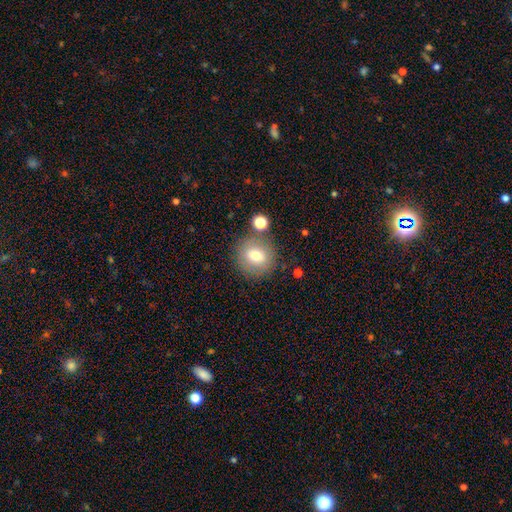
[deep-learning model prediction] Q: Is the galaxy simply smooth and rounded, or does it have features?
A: smooth — 75%.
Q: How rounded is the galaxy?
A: round — 85%.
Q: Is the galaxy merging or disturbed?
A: none — 78%.